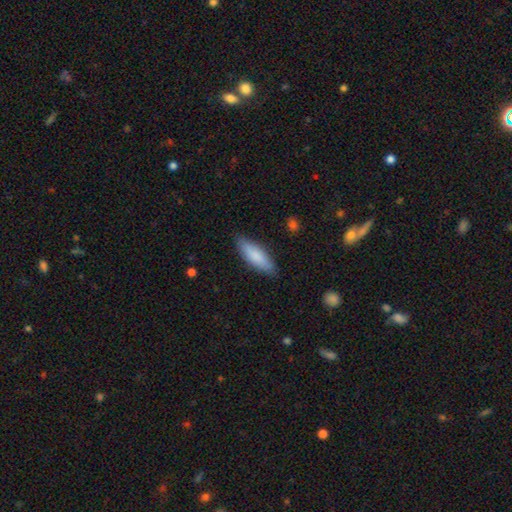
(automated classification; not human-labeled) Overall: smooth (83%). How rounded: in between (53%; cigar-shaped 45%). Merging: none (84%).